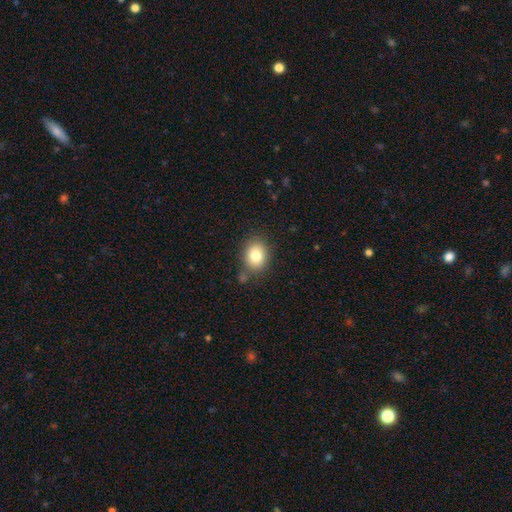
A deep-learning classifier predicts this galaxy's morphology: Smooth or featured? smooth (82%)
How rounded? round (52%)
Merging? none (77%)